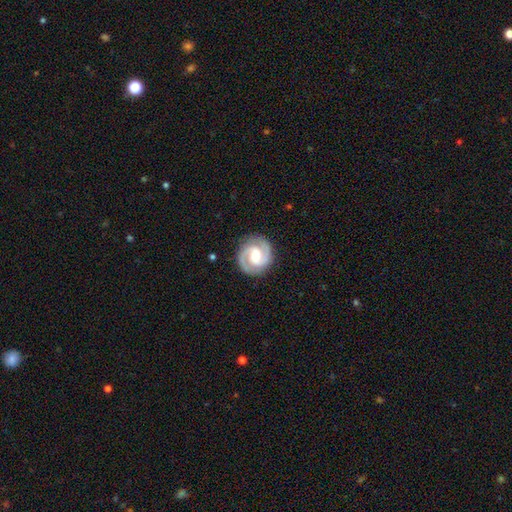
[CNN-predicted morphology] The model was most divided on "spiral winding": tight: 47%, medium: 46%, loose: 7%. Remaining: edge-on disk — no (98%); spiral arms — yes (98%); spiral arm count — 2 (94%); smooth or featured — featured or disk (90%); merging — none (88%); bulge size — moderate (62%); bar — weak (49%).